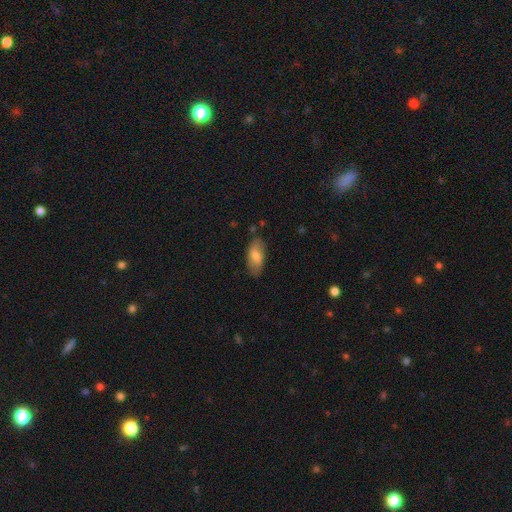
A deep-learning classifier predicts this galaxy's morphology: A smooth galaxy with no disk features (71%) that is in between round and cigar-shaped (89%).

Vote fractions:
- Smooth or featured? smooth: 71% / featured or disk: 23% / star or artifact: 6%
- How rounded? in between: 89% / cigar-shaped: 8% / round: 3%
- Merging? none: 78% / minor disturbance: 17% / major disturbance: 3% / merger: 2%